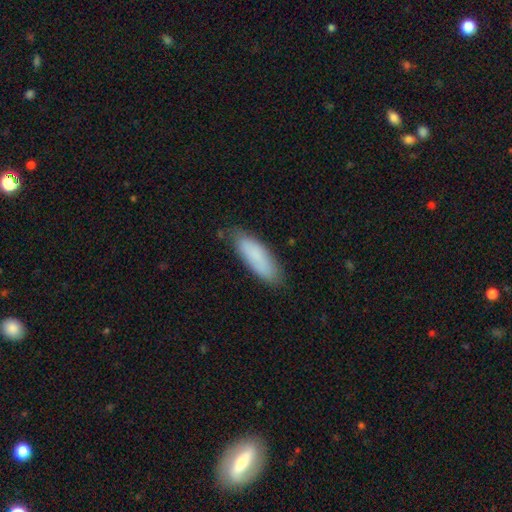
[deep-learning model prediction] Overall: smooth (85%). How rounded: in between (54%; cigar-shaped 44%). Merging: none (76%).